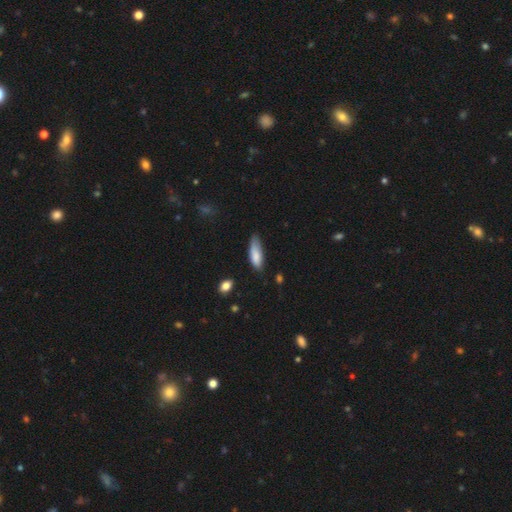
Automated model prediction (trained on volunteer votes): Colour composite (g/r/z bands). It shows a smooth galaxy with no disk features (83%) that is in between round and cigar-shaped (59%). Merging: none (54%).